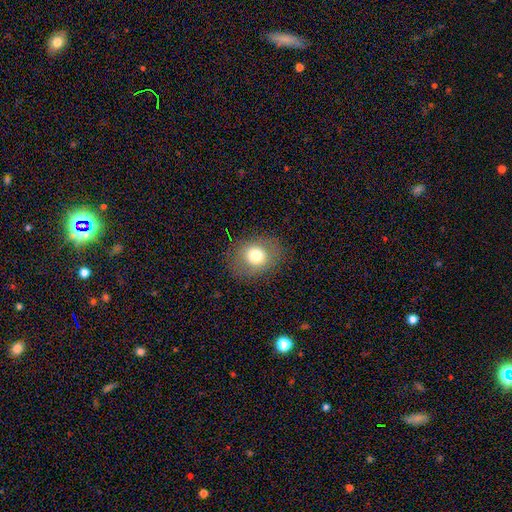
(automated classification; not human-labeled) Morphology: type=smooth (74%); roundness=round (55%); merging=none (83%).